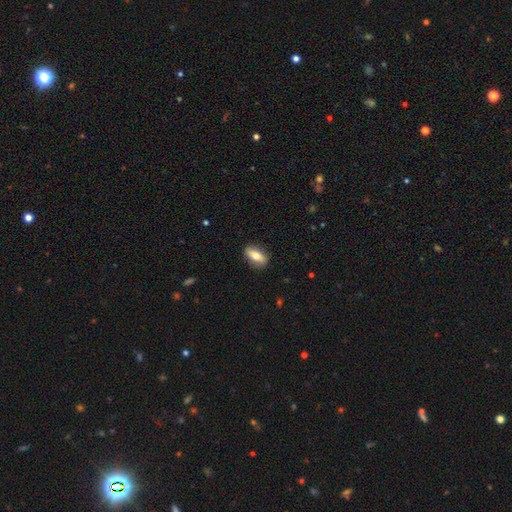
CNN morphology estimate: A smooth galaxy with no disk features (64%) that is in between round and cigar-shaped (80%). Merging: none (86%).